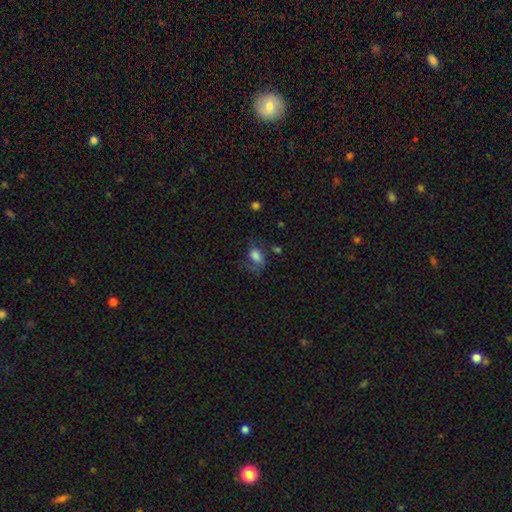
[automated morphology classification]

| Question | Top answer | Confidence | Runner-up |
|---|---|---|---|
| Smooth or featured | smooth | 67% | featured or disk (23%) |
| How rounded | in between | 79% | round (20%) |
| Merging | none | 38% | major disturbance (32%) |